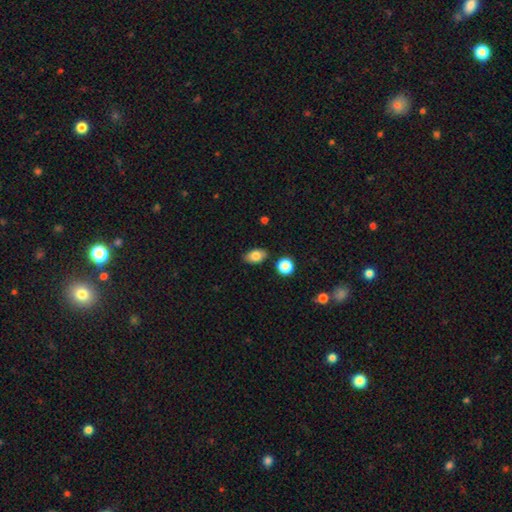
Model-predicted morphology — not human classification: This appears to be a smooth galaxy with no disk features (82%) that is in between round and cigar-shaped (87%). Merging: none (83%).